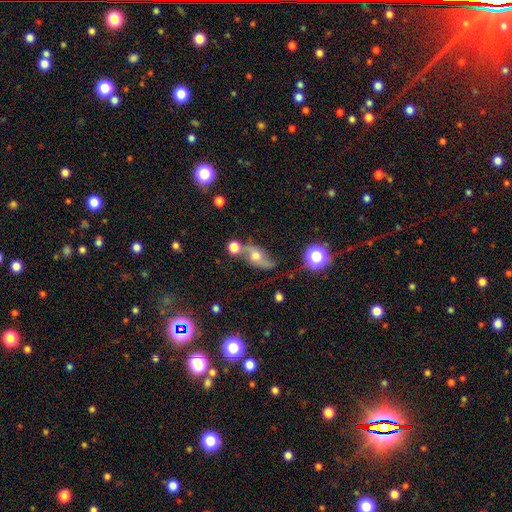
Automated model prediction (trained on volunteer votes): Smooth or featured? featured or disk (48%)
Merging? none (48%)